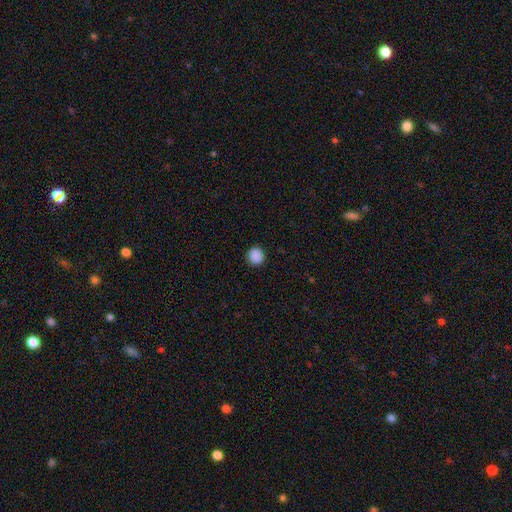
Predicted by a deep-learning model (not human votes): smooth_or_featured: smooth (p=0.89) [alt: star or artifact p=0.09]
how_rounded: round (p=0.93) [alt: in between p=0.06]
merging: none (p=0.92) [alt: minor disturbance p=0.05]